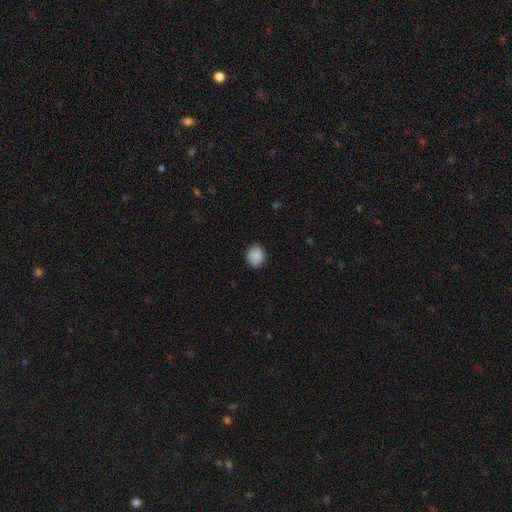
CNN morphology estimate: smooth-or-featured: smooth: 89% | star or artifact: 8% | featured or disk: 3%
  how-rounded: round: 82% | in between: 17% | cigar-shaped: 1%
  merging: none: 87% | minor disturbance: 10% | major disturbance: 2% | merger: 1%